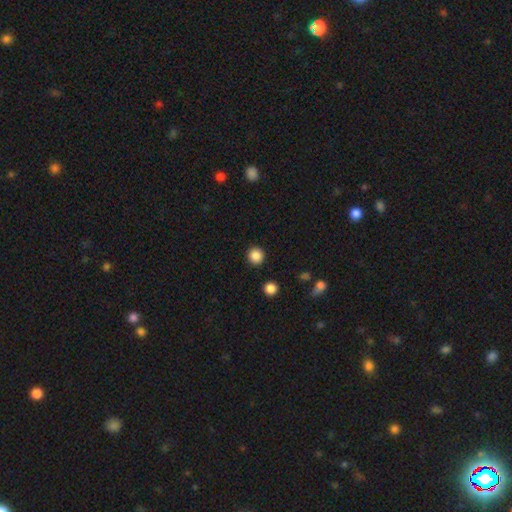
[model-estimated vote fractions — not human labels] A smooth galaxy with no disk features (87%) that is round (91%).

Vote fractions:
- Smooth or featured? smooth: 87% / star or artifact: 10% / featured or disk: 3%
- How rounded? round: 91% / in between: 8% / cigar-shaped: 1%
- Merging? none: 91% / minor disturbance: 5% / major disturbance: 2% / merger: 2%